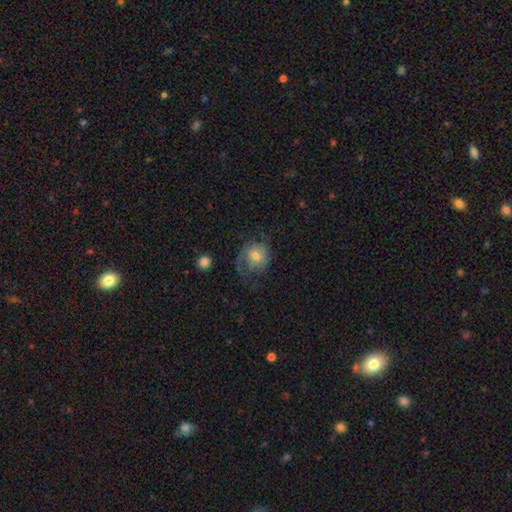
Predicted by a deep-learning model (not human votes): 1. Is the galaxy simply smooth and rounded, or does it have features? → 50% smooth, 42% featured or disk, 8% star or artifact.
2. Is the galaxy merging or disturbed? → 39% none, 35% major disturbance, 23% minor disturbance, 2% merger.